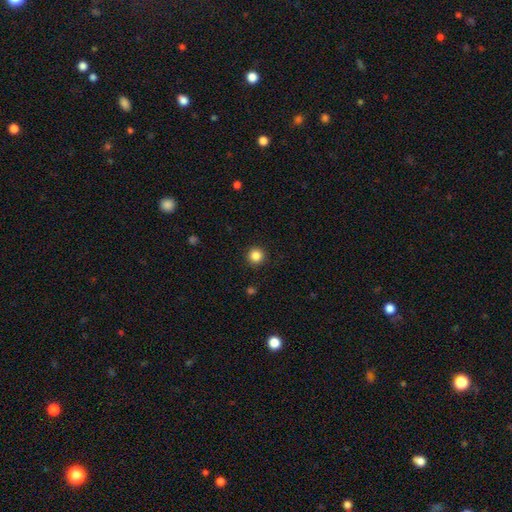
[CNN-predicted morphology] The model was most divided on "smooth or featured": smooth: 85%, star or artifact: 11%, featured or disk: 4%. More confident: how rounded — round (96%); merging — none (93%).